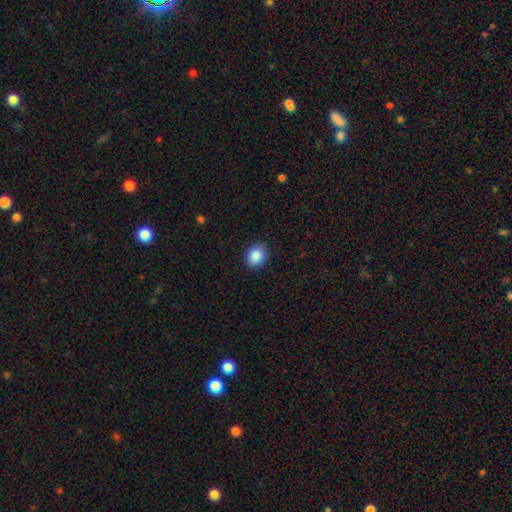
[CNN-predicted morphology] smooth 88%, star or artifact 8%, featured or disk 4%. Down the decision tree: how rounded — round (64%); merging — none (87%).